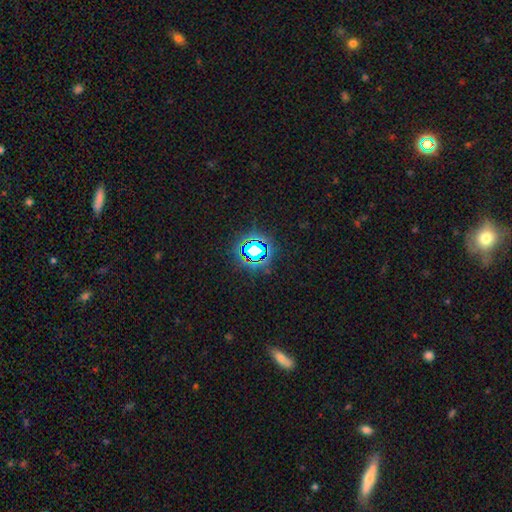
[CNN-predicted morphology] Smooth or featured? Predicted: star or artifact (p=0.72).